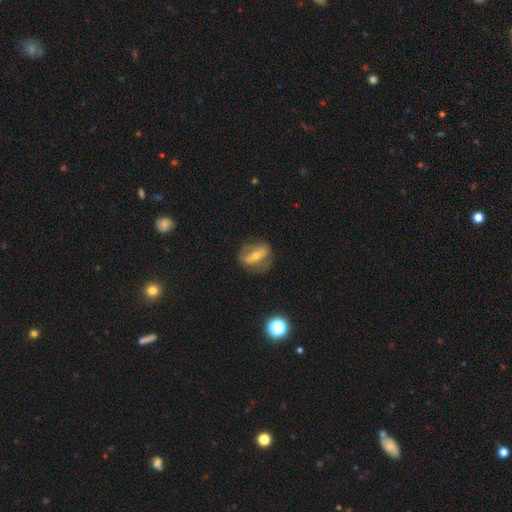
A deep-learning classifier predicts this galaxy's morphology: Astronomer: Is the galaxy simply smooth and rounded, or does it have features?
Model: featured or disk — 60%.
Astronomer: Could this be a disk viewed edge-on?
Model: no — 82%.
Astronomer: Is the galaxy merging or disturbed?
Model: none — 68%.